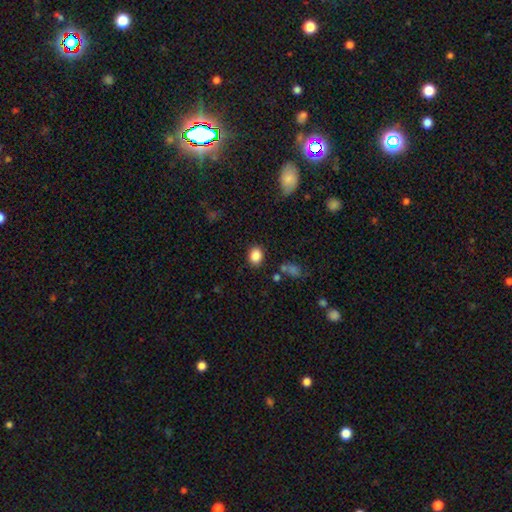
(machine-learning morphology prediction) This appears to be a smooth galaxy with no disk features (86%) that is in between round and cigar-shaped (57%). Merging: none (84%).